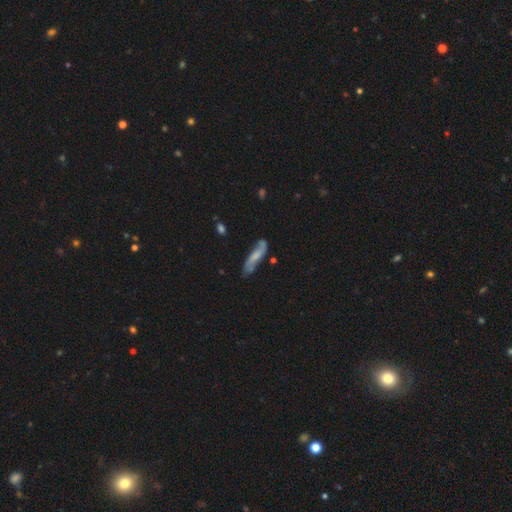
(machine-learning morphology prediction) This is possibly a featured or disk galaxy (60%). It is likely not viewed edge-on (74%). Merging: likely none (66%).